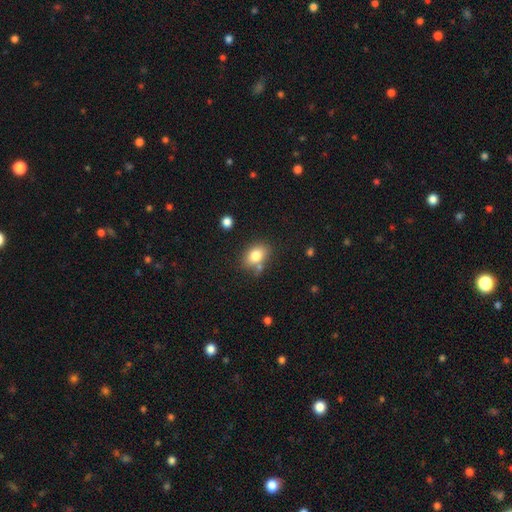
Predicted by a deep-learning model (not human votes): Smooth or featured? smooth (80%)
How rounded? in between (76%)
Merging? none (67%)